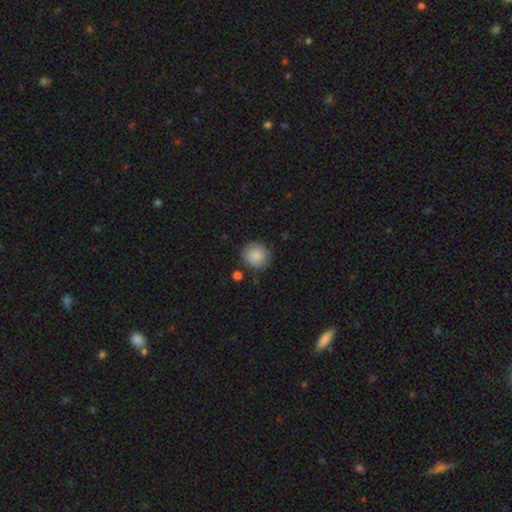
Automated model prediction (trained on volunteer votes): The model was most divided on "merging": none: 84%, minor disturbance: 10%, major disturbance: 3%, merger: 3%. More confident: how rounded — round (88%); smooth or featured — smooth (88%).